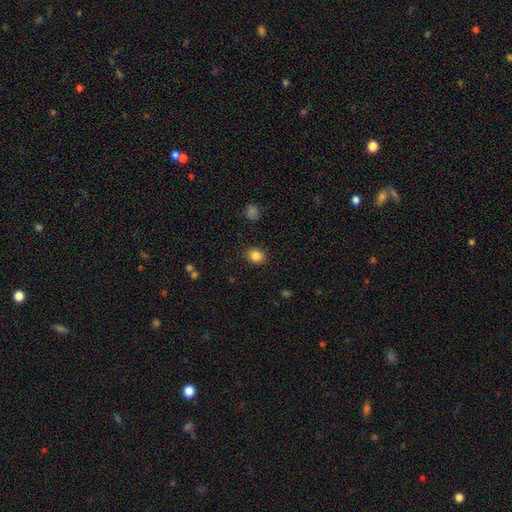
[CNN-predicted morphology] Overall: smooth (85%). How rounded: round (63%; in between 36%). Merging: none (88%).